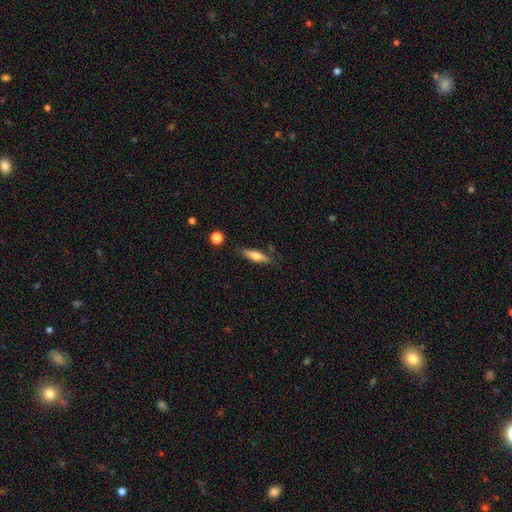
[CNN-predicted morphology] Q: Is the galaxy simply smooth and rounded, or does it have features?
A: smooth — 63%.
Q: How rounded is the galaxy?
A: cigar-shaped — 67%.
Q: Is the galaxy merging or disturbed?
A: none — 80%.